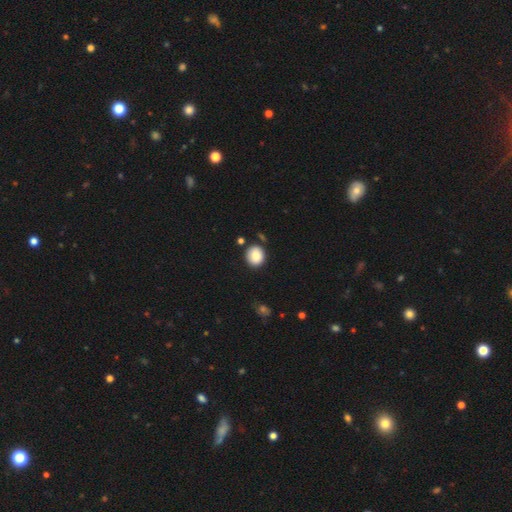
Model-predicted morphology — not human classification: Smooth or featured? smooth (86%)
How rounded? round (82%)
Merging? none (83%)